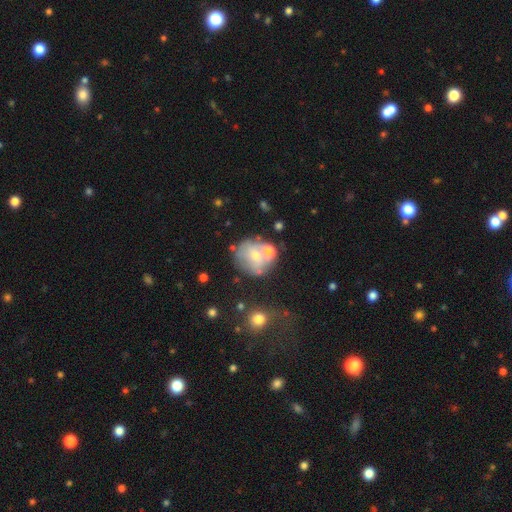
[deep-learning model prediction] Overall: smooth (49%; featured or disk 40%). Merging: none (48%; merger 24%).